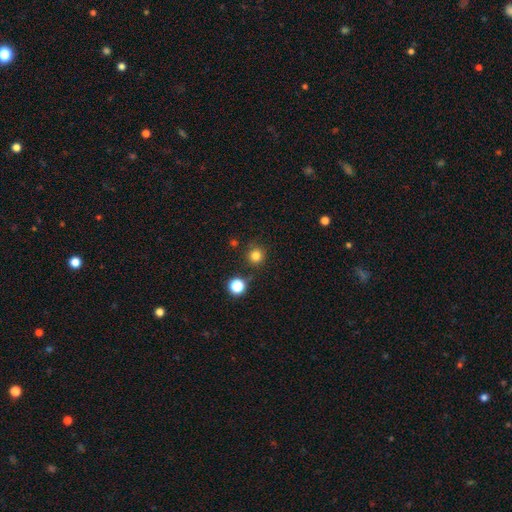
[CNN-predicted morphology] The model was most divided on "smooth or featured": smooth: 81%, star or artifact: 14%, featured or disk: 5%. More confident: how rounded — round (94%); merging — none (85%).